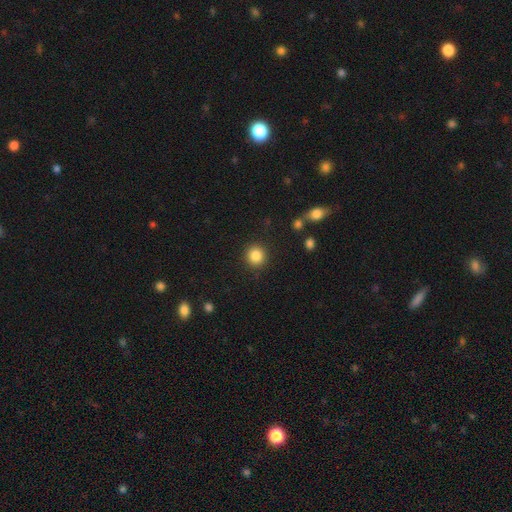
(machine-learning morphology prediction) A smooth galaxy with no disk features (86%) that is round (92%).

Vote fractions:
- Smooth or featured? smooth: 86% / star or artifact: 10% / featured or disk: 4%
- How rounded? round: 92% / in between: 8% / cigar-shaped: 1%
- Merging? none: 90% / minor disturbance: 6% / major disturbance: 2% / merger: 2%